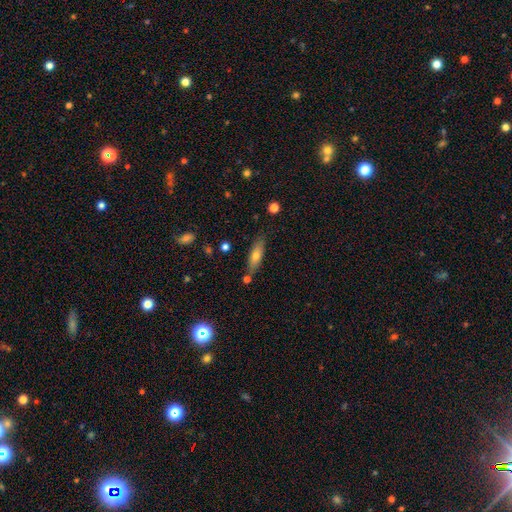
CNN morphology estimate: Smooth or featured?
  - smooth: 63% *
  - featured or disk: 29%
  - star or artifact: 7%
How rounded?
  - cigar-shaped: 53% *
  - in between: 44%
  - round: 3%
Merging?
  - none: 76% *
  - minor disturbance: 15%
  - merger: 7%
  - major disturbance: 3%